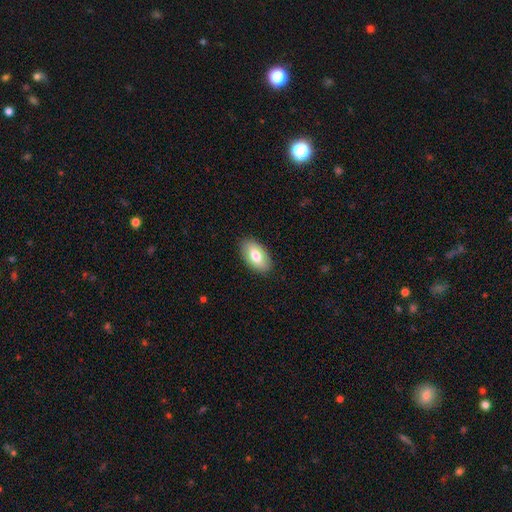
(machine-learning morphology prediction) The model was most divided on "smooth or featured": smooth: 74%, featured or disk: 19%, star or artifact: 6%. More confident: how rounded — in between (93%); merging — none (88%).